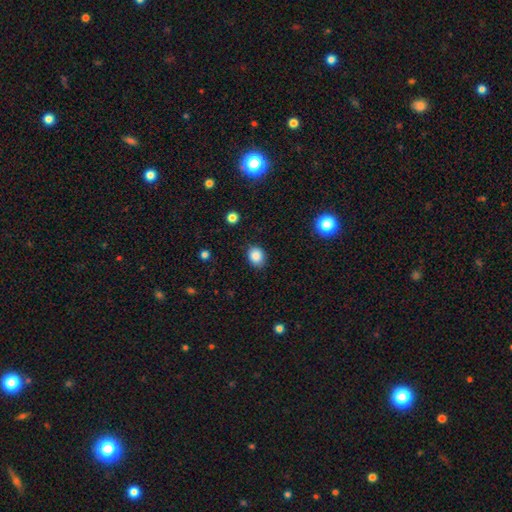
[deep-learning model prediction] smooth_or_featured: smooth (p=0.87) [alt: star or artifact p=0.09]
how_rounded: in between (p=0.54) [alt: round p=0.45]
merging: none (p=0.83) [alt: minor disturbance p=0.13]